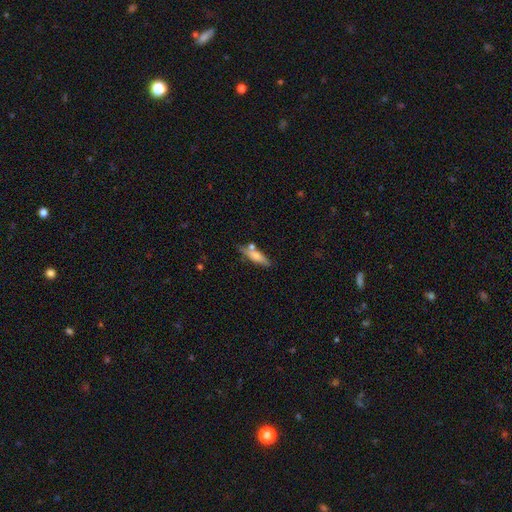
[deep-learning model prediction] smooth 66%, featured or disk 27%, star or artifact 7%. Down the decision tree: how rounded — cigar-shaped (66%); merging — none (65%).